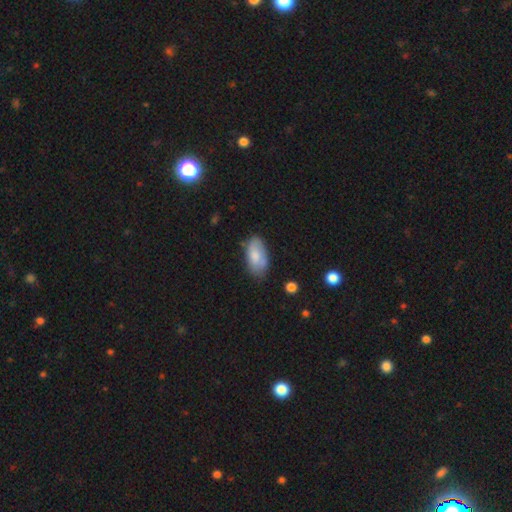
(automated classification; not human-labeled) smooth_or_featured: smooth (p=0.79) [alt: featured or disk p=0.15]
how_rounded: in between (p=0.94) [alt: cigar-shaped p=0.03]
merging: none (p=0.67) [alt: minor disturbance p=0.25]